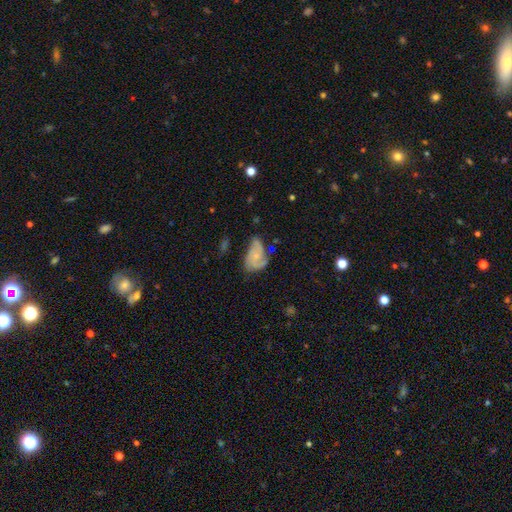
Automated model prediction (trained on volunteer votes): Overall: featured or disk (64%; smooth 28%). Edge-on disk: no (97%). Bar: no (74%). Spiral arms: yes (85%). Spiral arm count: 2 (40%; 3 27%). Spiral winding: medium (44%; tight 32%). Bulge size: small (64%). Merging: none (37%; minor disturbance 31%).